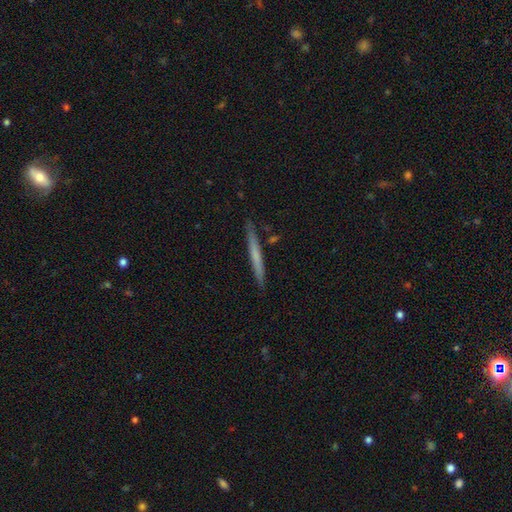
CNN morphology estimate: Smooth or featured? smooth (53%)
How rounded? cigar-shaped (97%)
Merging? none (89%)